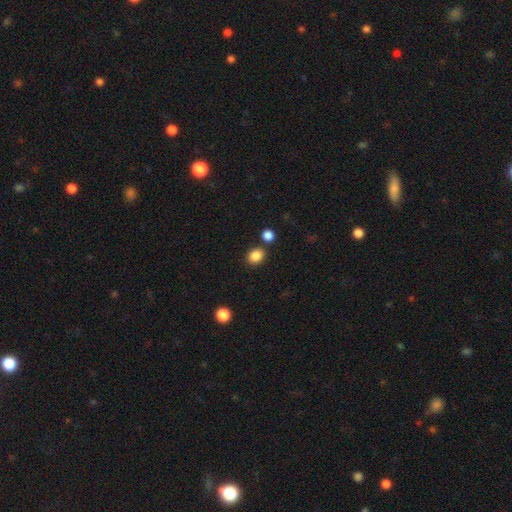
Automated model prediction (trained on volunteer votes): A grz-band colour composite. It shows a smooth galaxy with no disk features (86%) that is round (51%). Merging: none (79%).